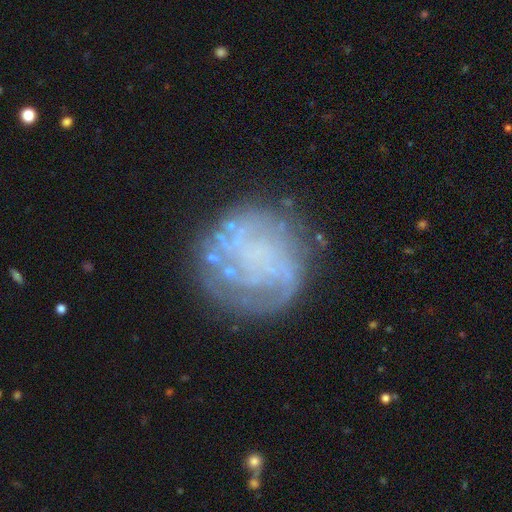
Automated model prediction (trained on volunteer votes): A featured or disk galaxy (67%) with no bar (82%), spiral arms (63%) and no central bulge (76%).

Vote fractions:
- Smooth or featured? featured or disk: 67% / smooth: 23% / star or artifact: 10%
- Edge-on disk? no: 98% / yes: 2%
- Bar? no: 82% / weak: 14% / strong: 4%
- Spiral arms? yes: 63% / no: 37%
- Bulge size? none: 76% / small: 14% / moderate: 5% / large: 3% / dominant: 2%
- Merging? none: 69% / minor disturbance: 16% / major disturbance: 13% / merger: 3%